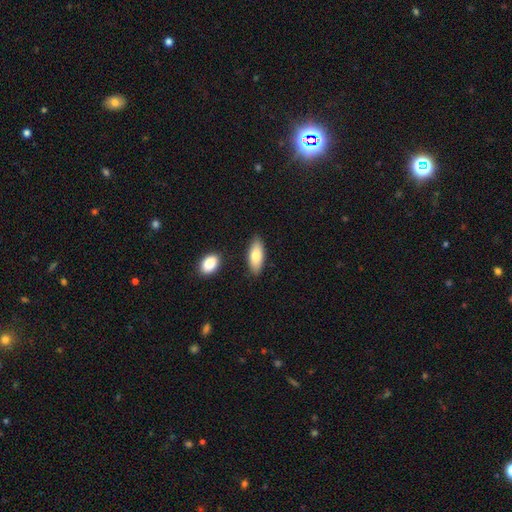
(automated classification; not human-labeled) Smooth or featured?
  - smooth: 76% *
  - featured or disk: 18%
  - star or artifact: 6%
How rounded?
  - in between: 78% *
  - cigar-shaped: 19%
  - round: 2%
Merging?
  - none: 84% *
  - minor disturbance: 10%
  - merger: 4%
  - major disturbance: 2%